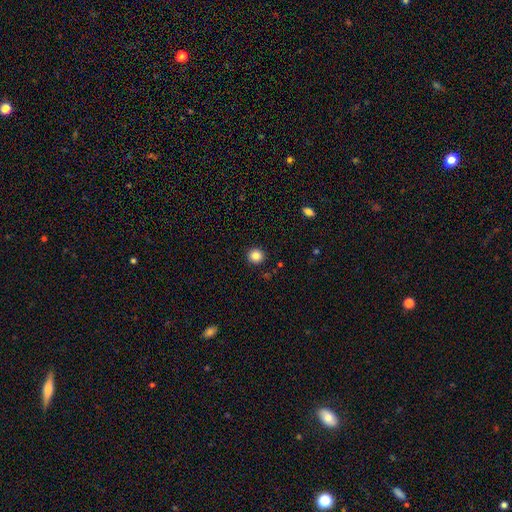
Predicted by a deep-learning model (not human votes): A smooth galaxy with no disk features (85%) that is round (93%). Merging: none (92%).